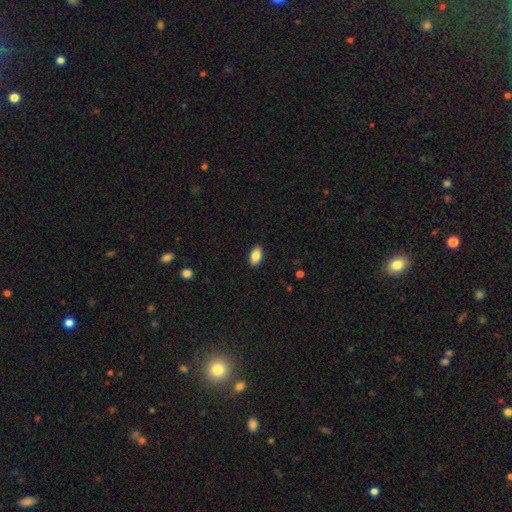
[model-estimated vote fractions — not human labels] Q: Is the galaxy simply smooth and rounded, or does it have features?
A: smooth — 88%.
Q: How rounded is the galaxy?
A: in between — 93%.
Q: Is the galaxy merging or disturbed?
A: none — 89%.